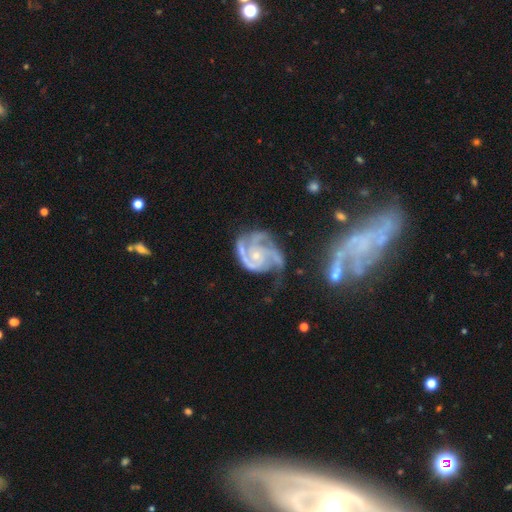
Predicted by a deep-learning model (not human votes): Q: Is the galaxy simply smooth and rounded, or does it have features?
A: featured or disk — 92%.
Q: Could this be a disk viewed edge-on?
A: no — 98%.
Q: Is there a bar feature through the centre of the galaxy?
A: no — 73%.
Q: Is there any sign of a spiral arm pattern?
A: yes — 98%.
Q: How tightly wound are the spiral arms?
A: tight — 47%.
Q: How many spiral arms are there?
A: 3 — 62%.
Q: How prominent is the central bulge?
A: small — 74%.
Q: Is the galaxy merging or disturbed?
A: none — 54%.